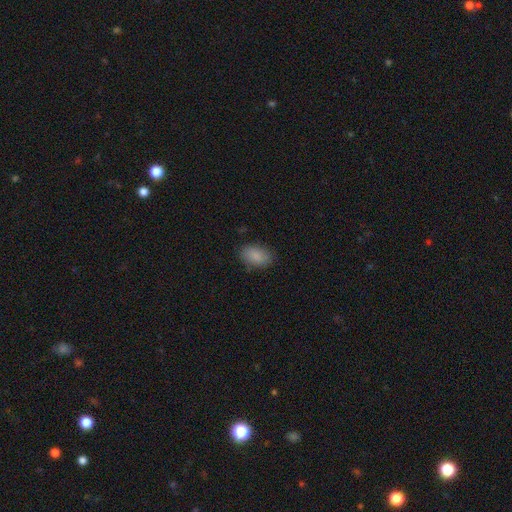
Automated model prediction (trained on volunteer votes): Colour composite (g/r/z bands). It shows a smooth galaxy with no disk features (87%) that is in between round and cigar-shaped (90%). Merging: none (82%).